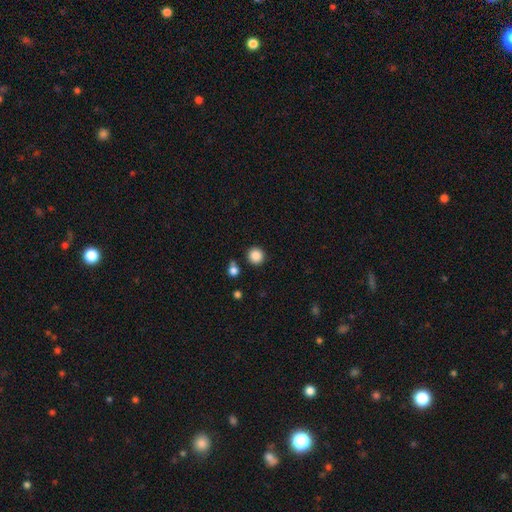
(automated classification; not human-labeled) Morphology: type=smooth (87%); roundness=round (94%); merging=none (86%).